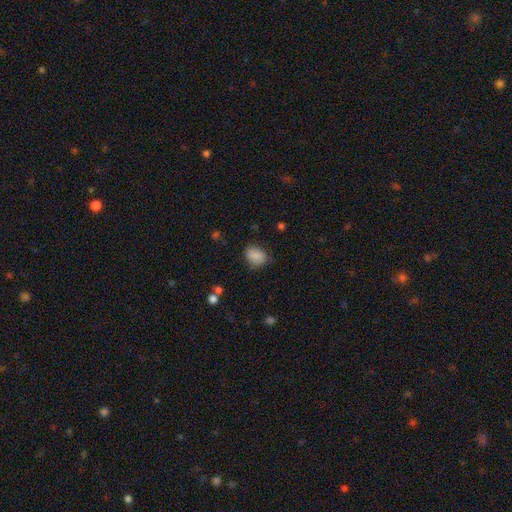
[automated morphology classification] Smooth or featured? Predicted: smooth (p=0.84). How rounded? Predicted: in between (p=0.62). Merging? Predicted: none (p=0.70).